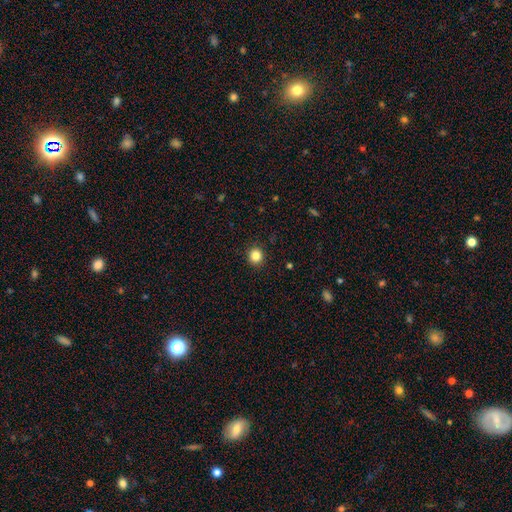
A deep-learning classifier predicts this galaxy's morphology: The model was most divided on "smooth or featured": smooth: 85%, star or artifact: 11%, featured or disk: 4%. More confident: merging — none (92%); how rounded — round (90%).